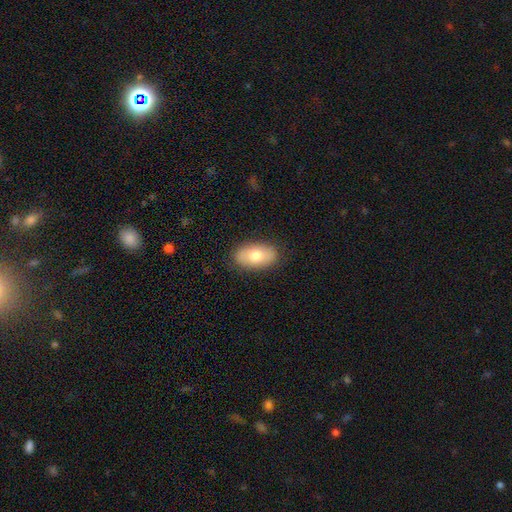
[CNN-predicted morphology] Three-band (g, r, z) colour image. It shows a smooth galaxy with no disk features (74%) that is in between round and cigar-shaped (93%). Merging: none (86%).